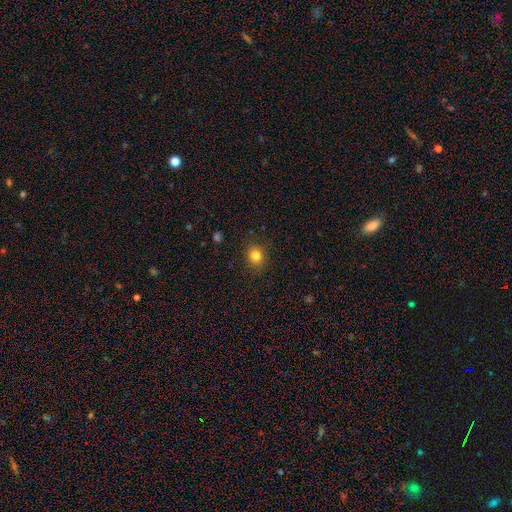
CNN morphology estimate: This is clearly a smooth galaxy (82%). How rounded: likely round (78%). Merging: clearly none (88%).